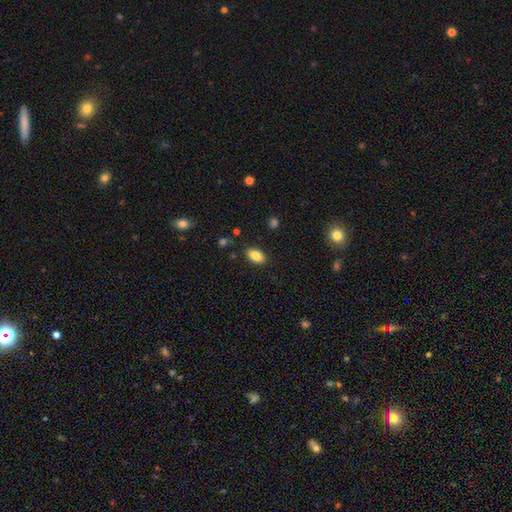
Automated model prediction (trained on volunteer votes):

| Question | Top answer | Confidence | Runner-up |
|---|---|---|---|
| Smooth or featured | smooth | 84% | star or artifact (8%) |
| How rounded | in between | 92% | round (5%) |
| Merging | none | 87% | minor disturbance (10%) |